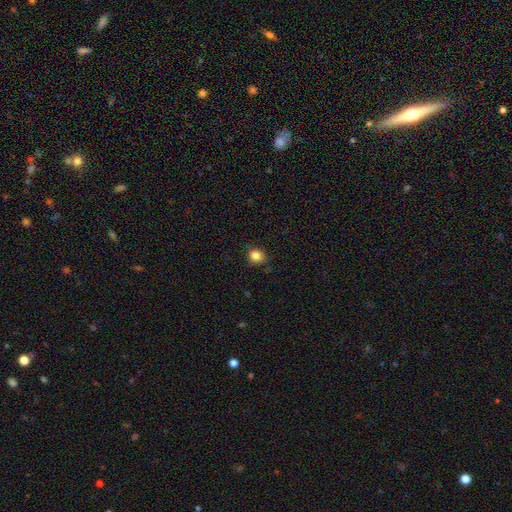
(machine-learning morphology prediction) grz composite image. It shows a smooth galaxy with no disk features (85%) that is round (75%). Merging: none (83%).